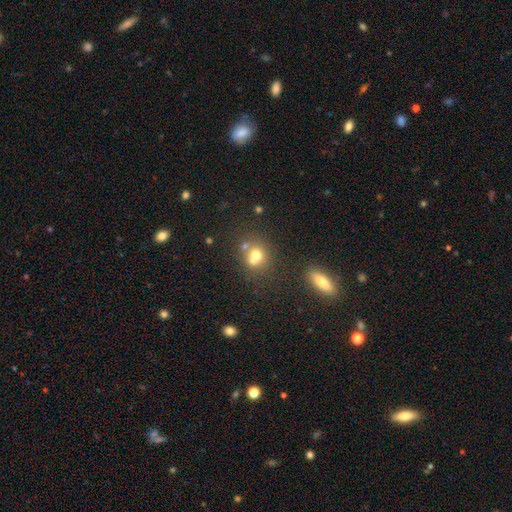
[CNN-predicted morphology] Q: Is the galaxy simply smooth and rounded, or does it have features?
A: smooth — 67%.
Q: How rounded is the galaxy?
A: round — 79%.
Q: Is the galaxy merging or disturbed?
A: none — 45%.